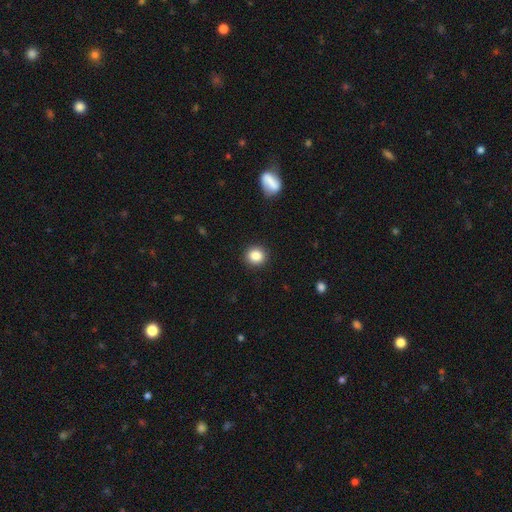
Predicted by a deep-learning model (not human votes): Smooth or featured? smooth (86%)
How rounded? round (89%)
Merging? none (92%)